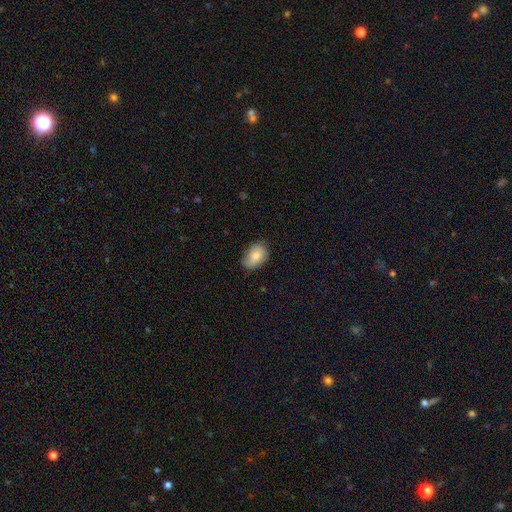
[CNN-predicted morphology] Smooth or featured? Predicted: smooth (p=0.79). How rounded? Predicted: in between (p=0.86). Merging? Predicted: none (p=0.69).